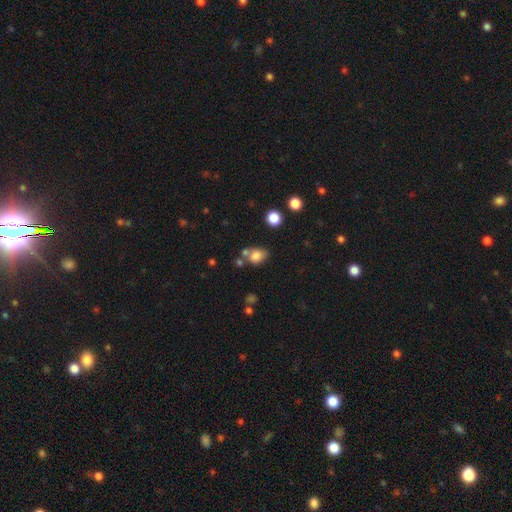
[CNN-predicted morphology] smooth 79%, star or artifact 12%, featured or disk 9%. Down the decision tree: how rounded — in between (55%); merging — none (54%).